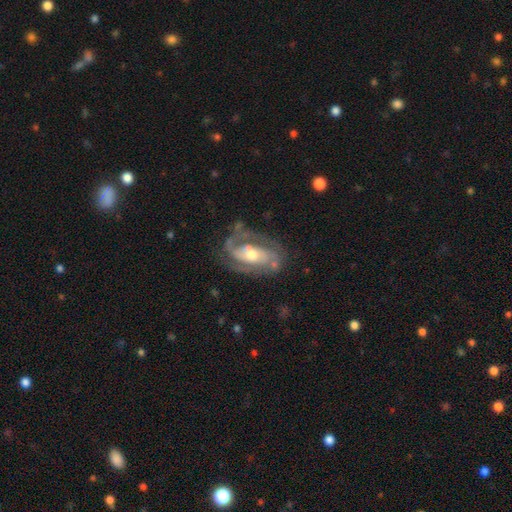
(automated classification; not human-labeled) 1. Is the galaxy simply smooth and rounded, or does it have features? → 87% featured or disk, 7% smooth, 6% star or artifact.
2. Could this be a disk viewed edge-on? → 96% no, 4% yes.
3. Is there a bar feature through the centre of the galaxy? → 39% no, 38% weak, 23% strong.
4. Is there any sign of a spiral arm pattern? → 95% yes, 5% no.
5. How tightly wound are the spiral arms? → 45% tight, 42% medium, 12% loose.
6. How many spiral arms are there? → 50% 2, 21% 3, 16% can't tell, 5% 1, 5% 4, 4% more than 4.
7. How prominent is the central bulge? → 63% moderate, 29% small, 6% large, 1% none, 1% dominant.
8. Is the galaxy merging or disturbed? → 67% none, 20% minor disturbance, 12% major disturbance, 2% merger.